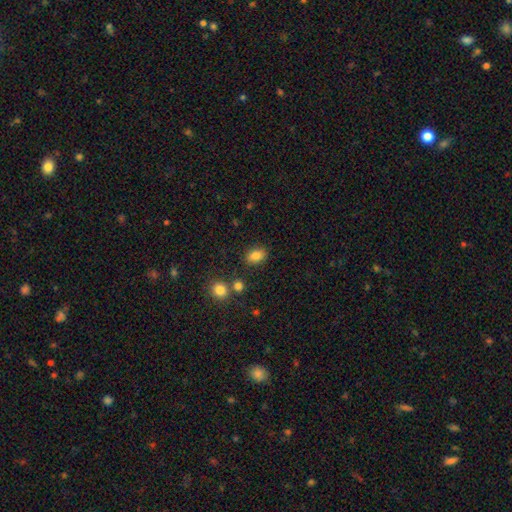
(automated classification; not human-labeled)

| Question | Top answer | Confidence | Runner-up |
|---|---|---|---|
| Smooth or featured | smooth | 83% | star or artifact (10%) |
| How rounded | in between | 77% | round (21%) |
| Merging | none | 82% | minor disturbance (11%) |